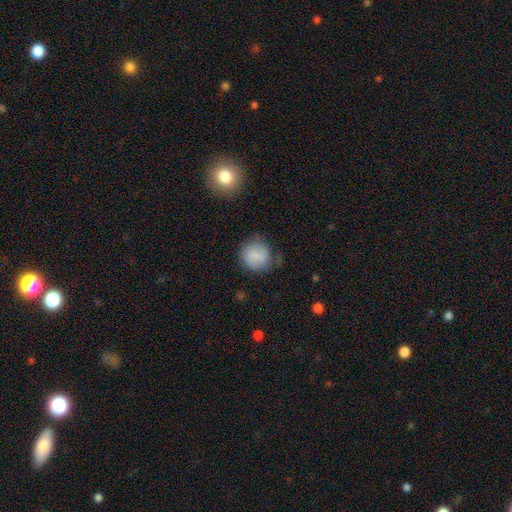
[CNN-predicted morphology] Smooth or featured? smooth (78%)
How rounded? round (85%)
Merging? none (60%)